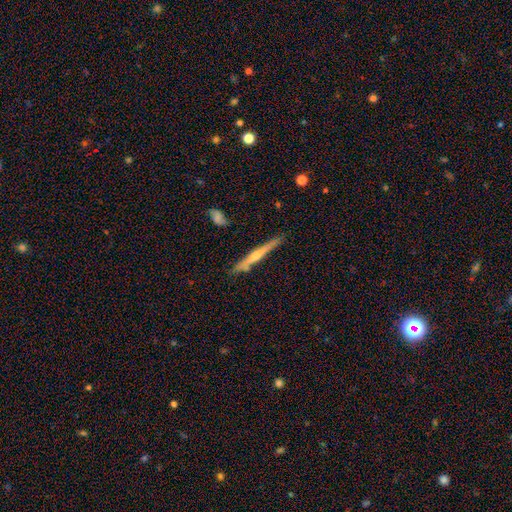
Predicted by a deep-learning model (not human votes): Smooth or featured? featured or disk (69%)
Edge-on disk? yes (97%)
Edge-on bulge? rounded (76%)
Merging? none (87%)